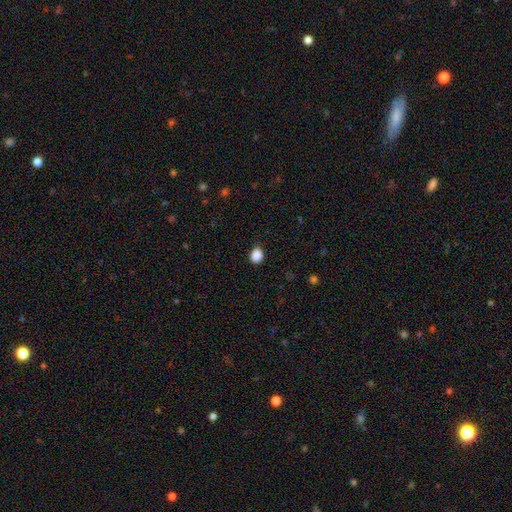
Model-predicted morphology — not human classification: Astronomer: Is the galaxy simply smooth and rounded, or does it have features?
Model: smooth — 88%.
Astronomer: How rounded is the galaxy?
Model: round — 50% (runner-up: in between, 49%).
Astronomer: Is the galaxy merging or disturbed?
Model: none — 85%.